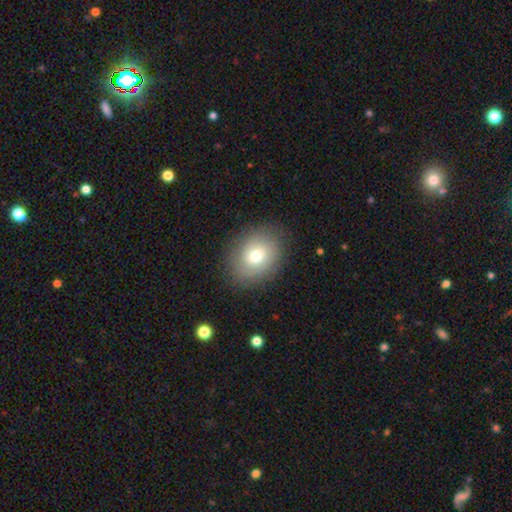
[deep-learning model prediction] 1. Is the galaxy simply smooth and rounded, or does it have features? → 71% smooth, 19% featured or disk, 10% star or artifact.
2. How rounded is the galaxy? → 55% in between, 44% round, 1% cigar-shaped.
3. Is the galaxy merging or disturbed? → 84% none, 11% minor disturbance, 4% major disturbance, 1% merger.